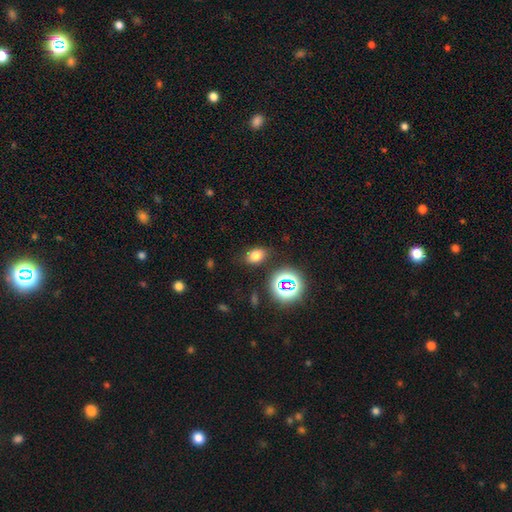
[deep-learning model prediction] The model was most divided on "smooth or featured": smooth: 71%, star or artifact: 21%, featured or disk: 9%. More confident: merging — none (80%); how rounded — in between (75%).